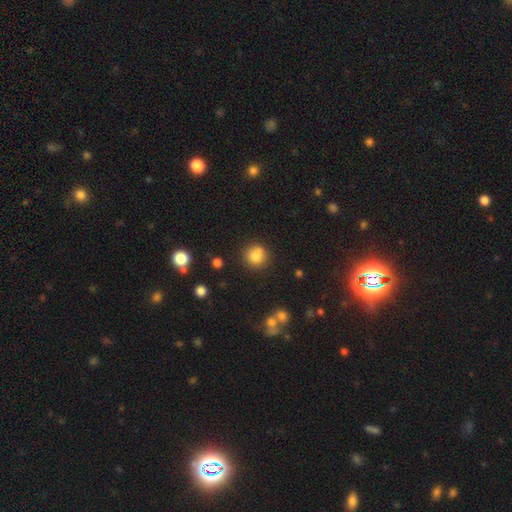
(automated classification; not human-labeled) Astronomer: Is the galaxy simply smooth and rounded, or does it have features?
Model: smooth — 83%.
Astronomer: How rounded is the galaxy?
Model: round — 90%.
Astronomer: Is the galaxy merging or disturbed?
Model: none — 76%.